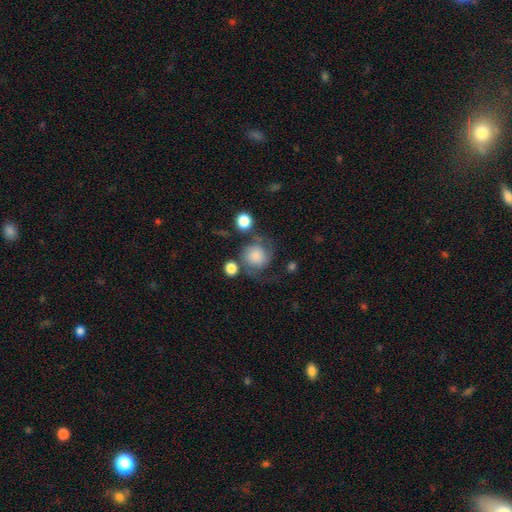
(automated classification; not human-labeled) smooth 56%, featured or disk 35%, star or artifact 9%. Down the decision tree: how rounded — round (86%); merging — none (53%).